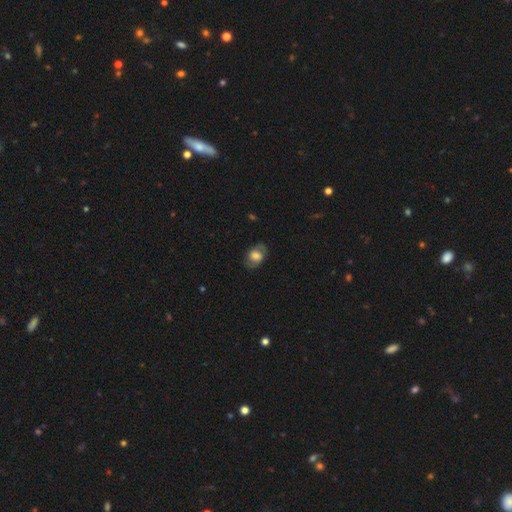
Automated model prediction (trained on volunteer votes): This appears to be a smooth galaxy with no disk features (56%) that is in between round and cigar-shaped (75%). Merging: none (74%).